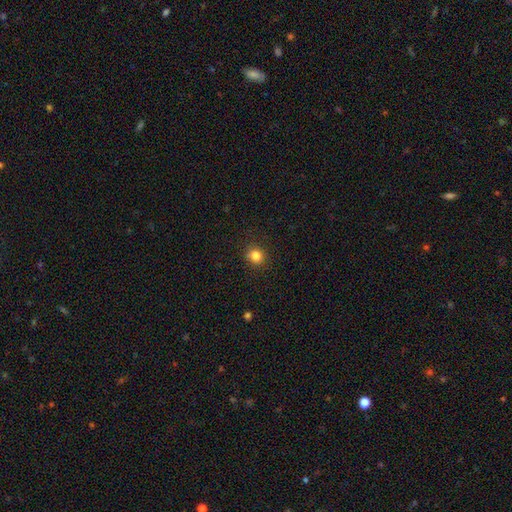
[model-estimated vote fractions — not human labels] This appears to be a smooth galaxy with no disk features (82%) that is round (86%). Merging: none (88%).